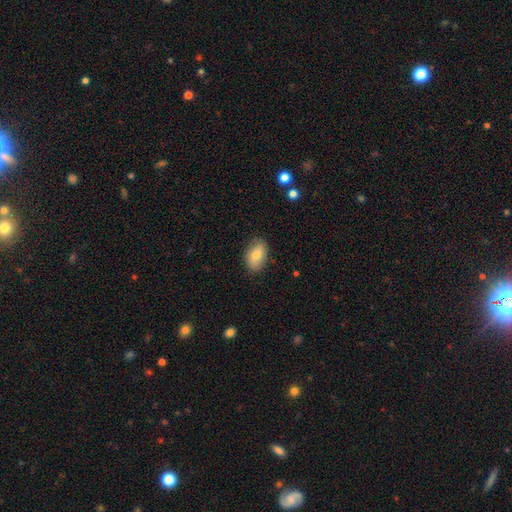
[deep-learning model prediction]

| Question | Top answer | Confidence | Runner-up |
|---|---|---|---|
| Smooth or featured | smooth | 77% | featured or disk (16%) |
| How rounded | in between | 90% | round (9%) |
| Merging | none | 82% | minor disturbance (14%) |